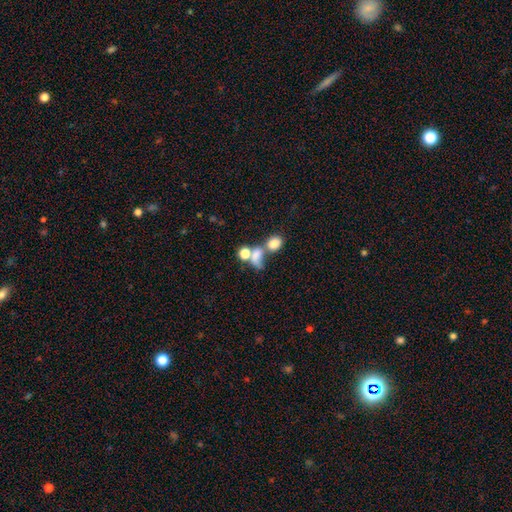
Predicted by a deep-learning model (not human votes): A smooth galaxy with no disk features (68%) that is in between round and cigar-shaped (52%).

Vote fractions:
- Smooth or featured? smooth: 68% / featured or disk: 16% / star or artifact: 16%
- How rounded? in between: 52% / round: 44% / cigar-shaped: 4%
- Merging? merger: 55% / none: 23% / major disturbance: 14% / minor disturbance: 9%